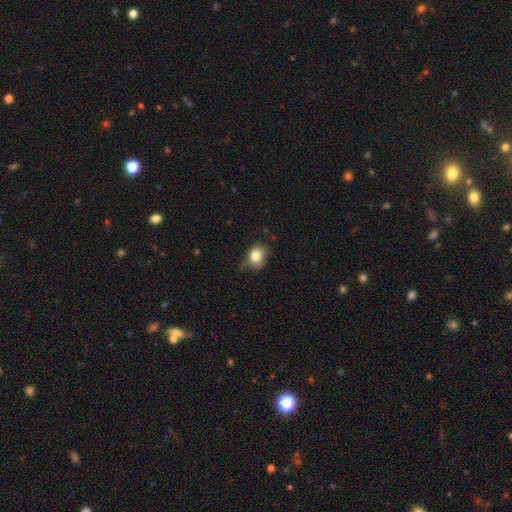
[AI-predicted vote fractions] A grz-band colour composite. It shows a smooth galaxy with no disk features (83%) that is round (58%). Merging: none (60%).